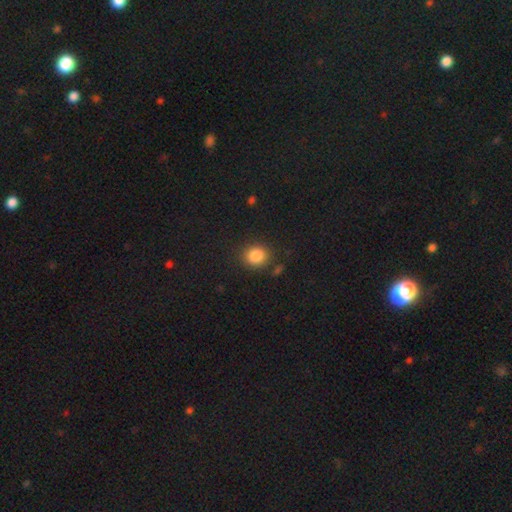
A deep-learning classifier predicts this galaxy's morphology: smooth 85%, star or artifact 10%, featured or disk 5%. Down the decision tree: how rounded — round (77%); merging — none (84%).